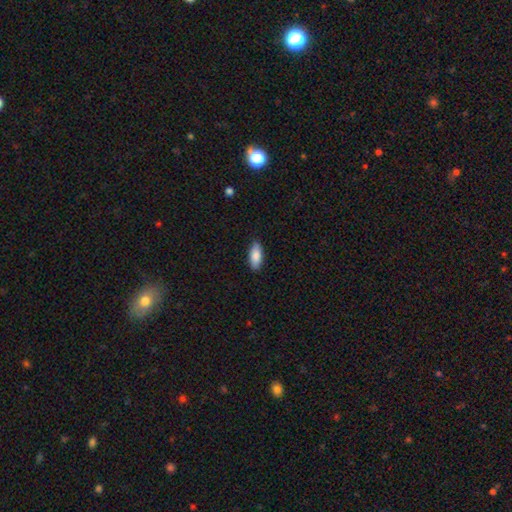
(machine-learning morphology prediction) Overall: smooth (86%). How rounded: in between (82%). Merging: none (88%).